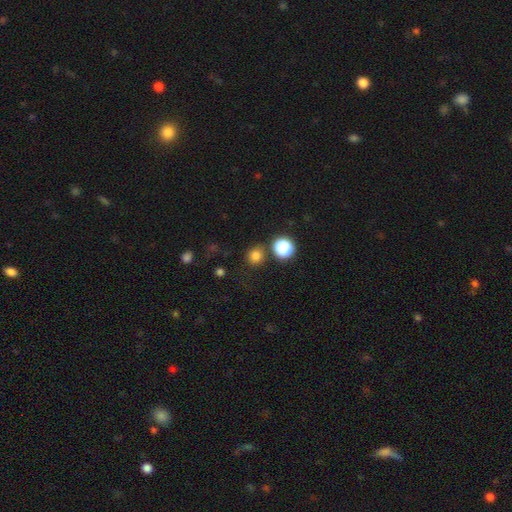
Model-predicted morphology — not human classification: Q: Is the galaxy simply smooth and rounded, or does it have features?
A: smooth — 78%.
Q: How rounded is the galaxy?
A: round — 89%.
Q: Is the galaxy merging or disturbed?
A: none — 80%.